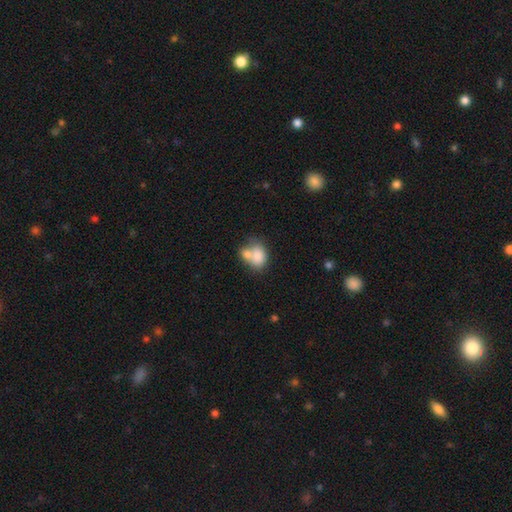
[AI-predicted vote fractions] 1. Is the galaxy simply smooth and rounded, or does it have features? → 77% smooth, 14% featured or disk, 9% star or artifact.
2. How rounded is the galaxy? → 71% in between, 27% round, 1% cigar-shaped.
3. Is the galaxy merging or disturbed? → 59% merger, 25% none, 10% minor disturbance, 6% major disturbance.